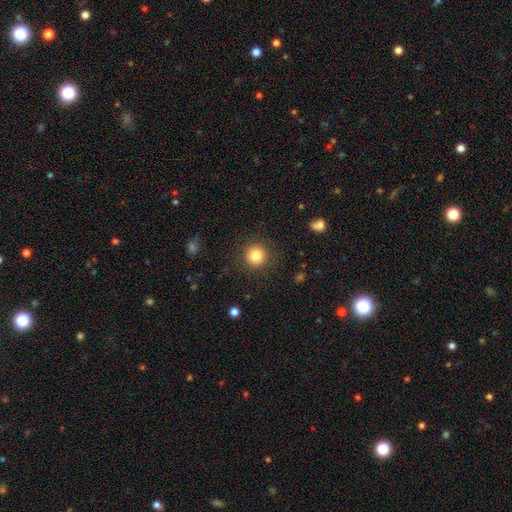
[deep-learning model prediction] Smooth or featured? Predicted: smooth (p=0.83). How rounded? Predicted: round (p=0.95). Merging? Predicted: none (p=0.90).